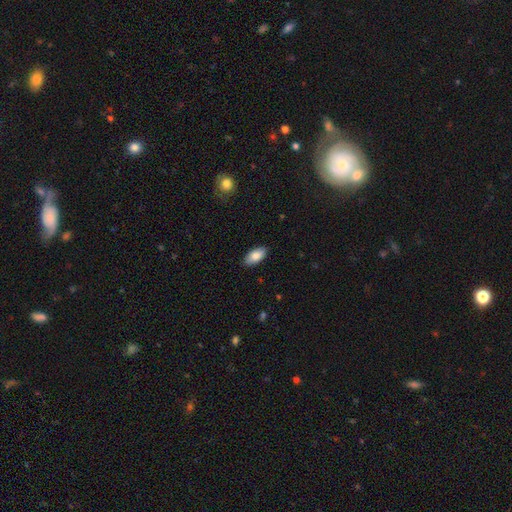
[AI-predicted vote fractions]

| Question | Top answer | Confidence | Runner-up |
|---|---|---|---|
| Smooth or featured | smooth | 85% | featured or disk (9%) |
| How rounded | in between | 93% | cigar-shaped (5%) |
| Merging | none | 88% | minor disturbance (9%) |